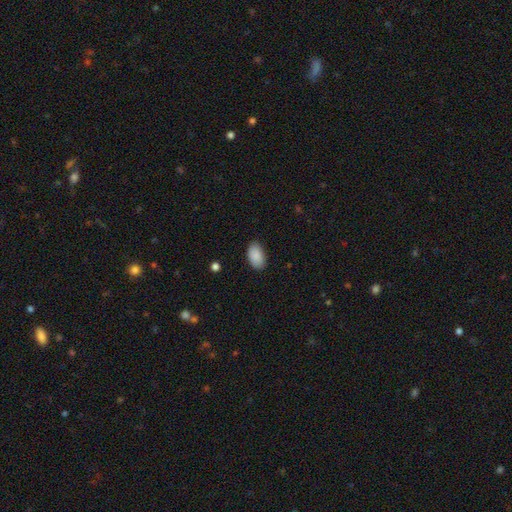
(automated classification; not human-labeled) Smooth or featured? Predicted: smooth (p=0.90). How rounded? Predicted: in between (p=0.95). Merging? Predicted: none (p=0.84).